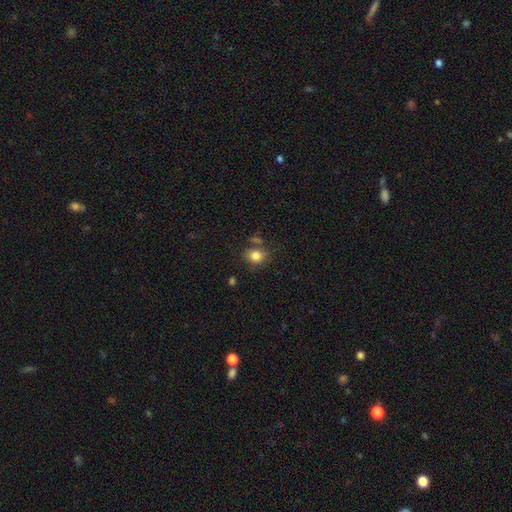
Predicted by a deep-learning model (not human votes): Q: Smooth or featured?
A: smooth (83%); runner-up: star or artifact (11%)
Q: How rounded?
A: round (62%); runner-up: in between (37%)
Q: Merging?
A: none (70%); runner-up: minor disturbance (16%)